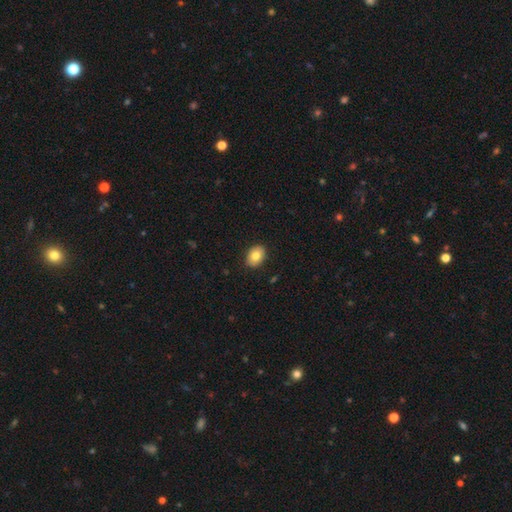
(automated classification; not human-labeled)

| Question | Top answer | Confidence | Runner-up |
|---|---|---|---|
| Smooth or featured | smooth | 80% | featured or disk (12%) |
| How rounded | in between | 69% | round (30%) |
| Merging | none | 89% | minor disturbance (8%) |